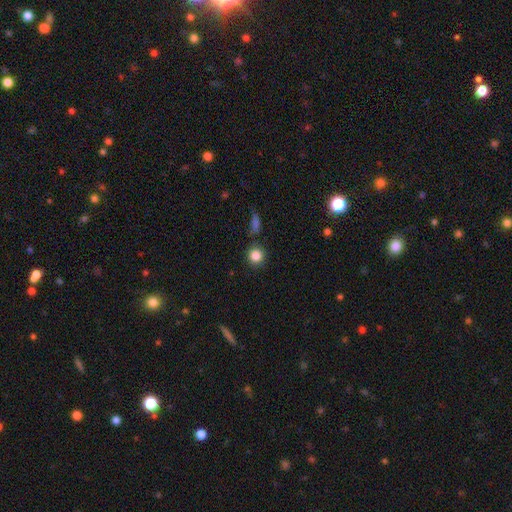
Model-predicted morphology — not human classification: Smooth or featured?
  - smooth: 85% *
  - star or artifact: 11%
  - featured or disk: 5%
How rounded?
  - round: 91% *
  - in between: 8%
  - cigar-shaped: 1%
Merging?
  - none: 84% *
  - minor disturbance: 9%
  - merger: 4%
  - major disturbance: 3%